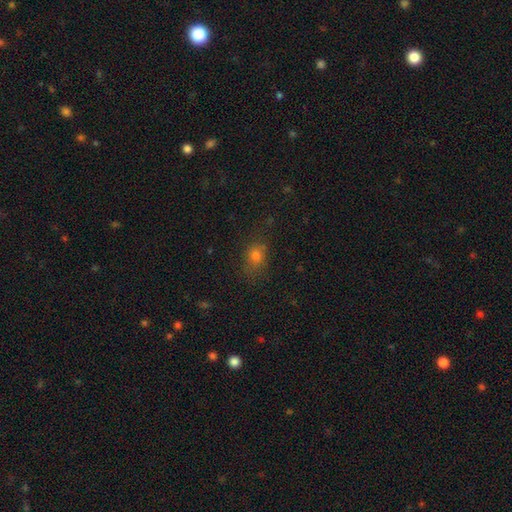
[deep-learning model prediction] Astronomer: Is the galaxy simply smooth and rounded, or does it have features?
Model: smooth — 73%.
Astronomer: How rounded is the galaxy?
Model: in between — 52% (runner-up: round, 45%).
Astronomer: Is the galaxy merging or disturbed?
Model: none — 72%.